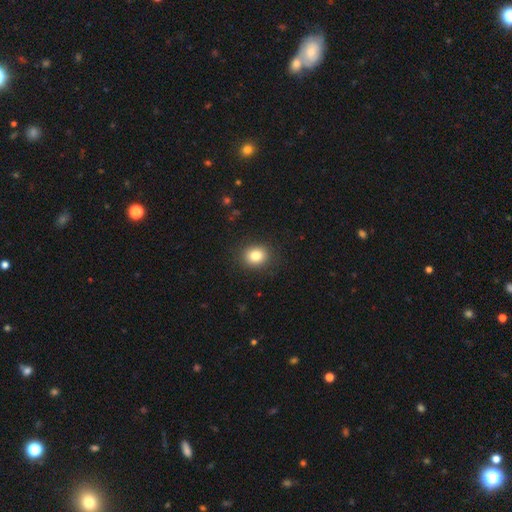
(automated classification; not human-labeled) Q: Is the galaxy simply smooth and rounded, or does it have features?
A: smooth — 82%.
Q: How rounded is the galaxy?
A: round — 72%.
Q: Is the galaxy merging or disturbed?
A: none — 89%.